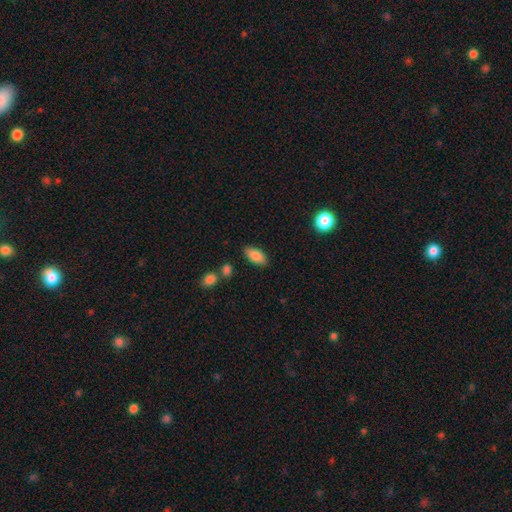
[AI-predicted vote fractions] Smooth or featured?
  - smooth: 86% *
  - star or artifact: 7%
  - featured or disk: 7%
How rounded?
  - in between: 88% *
  - cigar-shaped: 9%
  - round: 3%
Merging?
  - none: 83% *
  - minor disturbance: 11%
  - merger: 3%
  - major disturbance: 3%